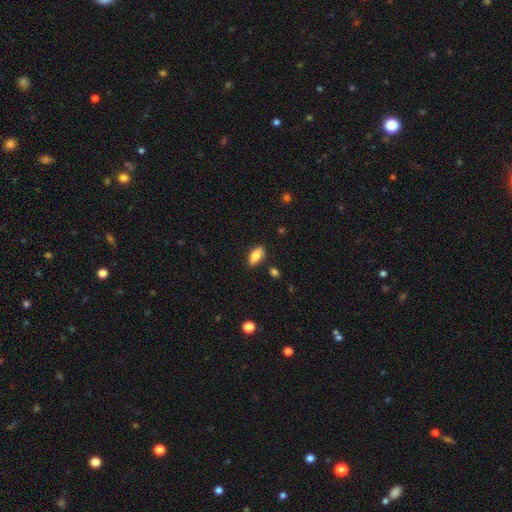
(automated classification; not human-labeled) The model was most divided on "smooth or featured": smooth: 78%, featured or disk: 15%, star or artifact: 7%. More confident: how rounded — in between (86%); merging — none (83%).